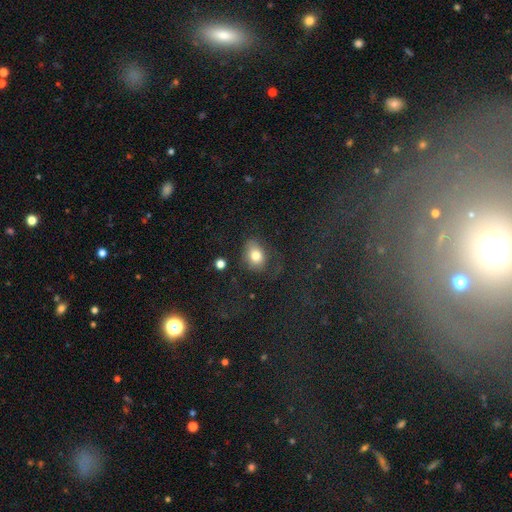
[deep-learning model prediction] Morphology: type=smooth (78%); roundness=in between (67%); merging=none (54%).